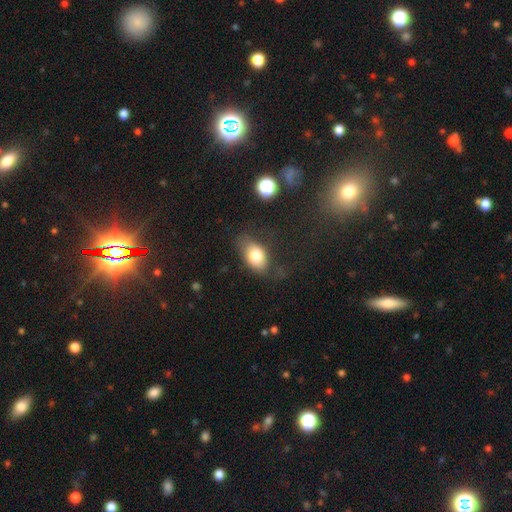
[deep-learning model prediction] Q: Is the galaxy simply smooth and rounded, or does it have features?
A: smooth — 76%.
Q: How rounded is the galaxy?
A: in between — 87%.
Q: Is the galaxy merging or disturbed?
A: none — 59%.